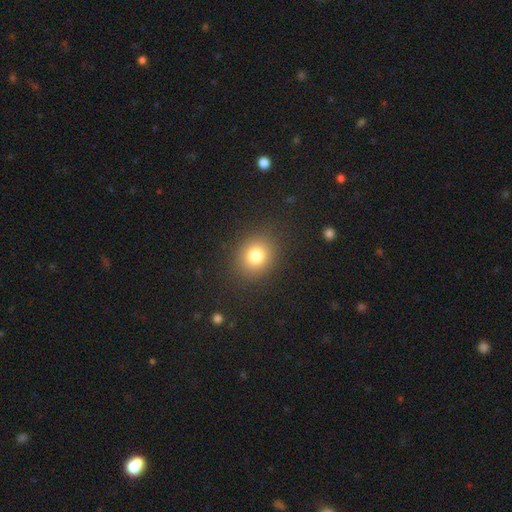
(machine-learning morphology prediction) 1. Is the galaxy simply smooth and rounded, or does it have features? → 79% smooth, 13% star or artifact, 8% featured or disk.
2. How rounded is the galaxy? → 75% round, 24% in between, 1% cigar-shaped.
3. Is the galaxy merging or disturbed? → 88% none, 8% minor disturbance, 3% major disturbance, 1% merger.